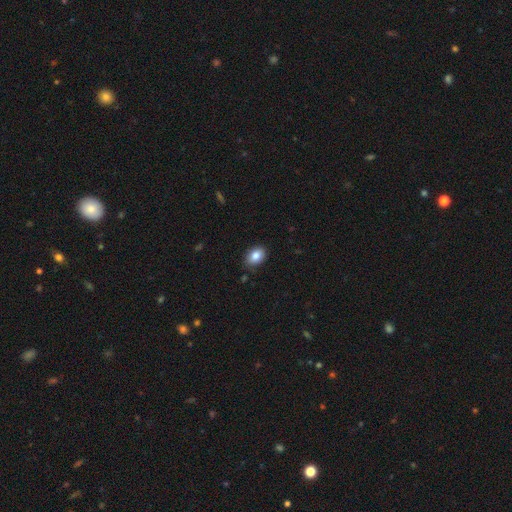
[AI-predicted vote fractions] A smooth galaxy with no disk features (85%) that is in between round and cigar-shaped (82%).

Vote fractions:
- Smooth or featured? smooth: 85% / star or artifact: 8% / featured or disk: 7%
- How rounded? in between: 82% / round: 17% / cigar-shaped: 1%
- Merging? none: 84% / minor disturbance: 12% / major disturbance: 2% / merger: 1%